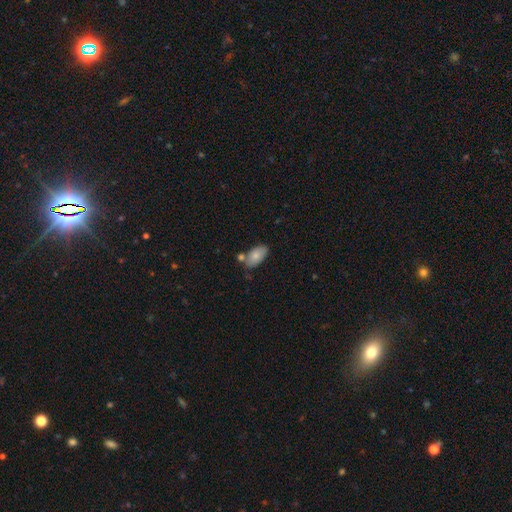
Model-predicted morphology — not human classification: Smooth or featured? smooth (79%)
How rounded? in between (94%)
Merging? none (66%)